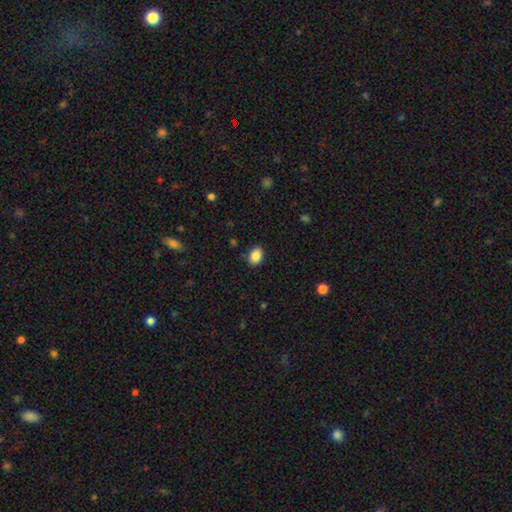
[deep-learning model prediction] Smooth or featured?
  - smooth: 87% *
  - star or artifact: 9%
  - featured or disk: 4%
How rounded?
  - in between: 70% *
  - round: 29%
  - cigar-shaped: 1%
Merging?
  - none: 86% *
  - minor disturbance: 10%
  - major disturbance: 2%
  - merger: 1%